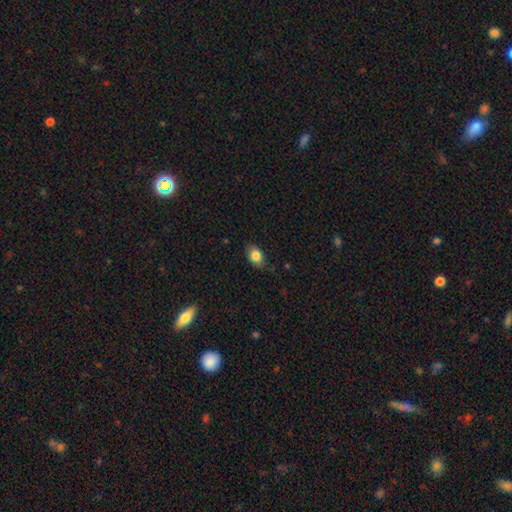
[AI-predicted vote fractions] Overall: smooth (84%). How rounded: in between (80%). Merging: none (81%).